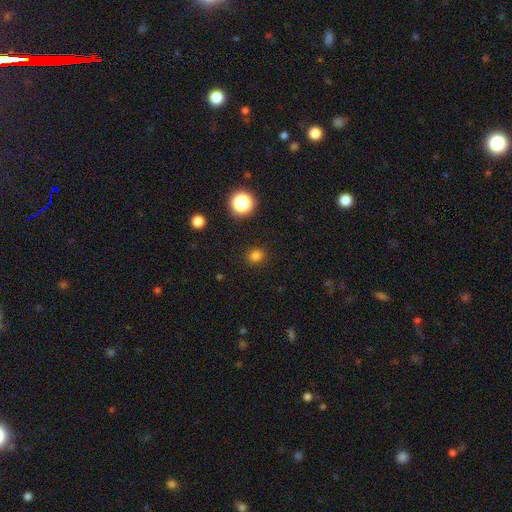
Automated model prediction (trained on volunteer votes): Overall: smooth (79%). How rounded: round (83%). Merging: none (90%).